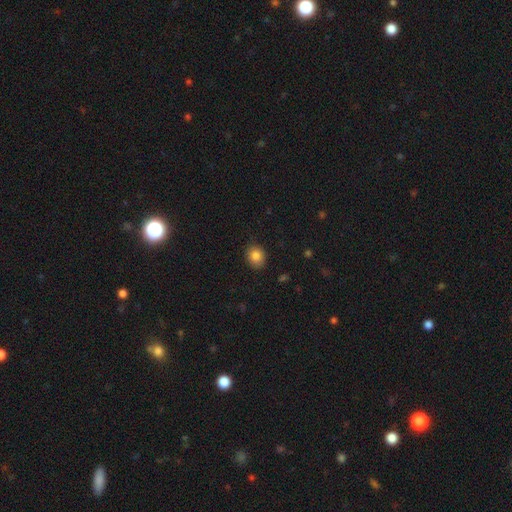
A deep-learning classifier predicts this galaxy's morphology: This appears to be a smooth galaxy with no disk features (84%) that is round (65%). Merging: none (87%).